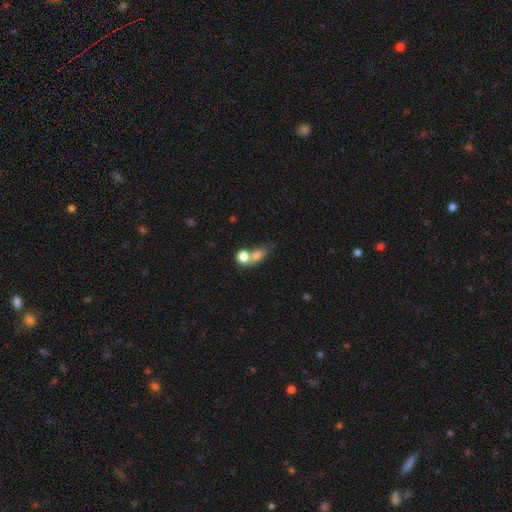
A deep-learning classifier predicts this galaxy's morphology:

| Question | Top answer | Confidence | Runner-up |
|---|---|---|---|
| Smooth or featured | smooth | 74% | featured or disk (15%) |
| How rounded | in between | 50% | round (43%) |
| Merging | merger | 54% | none (28%) |